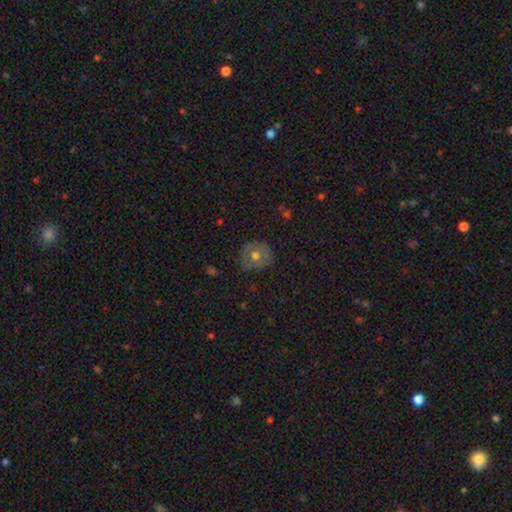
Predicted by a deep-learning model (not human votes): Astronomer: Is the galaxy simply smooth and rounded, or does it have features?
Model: smooth — 51% (runner-up: featured or disk, 40%).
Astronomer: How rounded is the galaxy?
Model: round — 84%.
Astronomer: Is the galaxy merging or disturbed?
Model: none — 82%.